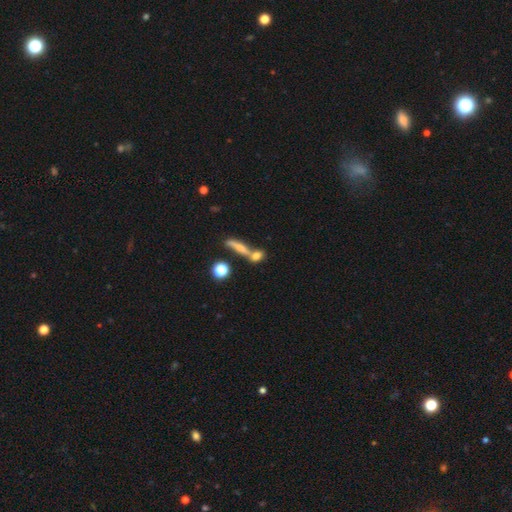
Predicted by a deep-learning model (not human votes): smooth_or_featured: smooth (p=0.67) [alt: featured or disk p=0.19]
how_rounded: in between (p=0.35) [alt: cigar-shaped p=0.34]
merging: none (p=0.44) [alt: merger p=0.40]